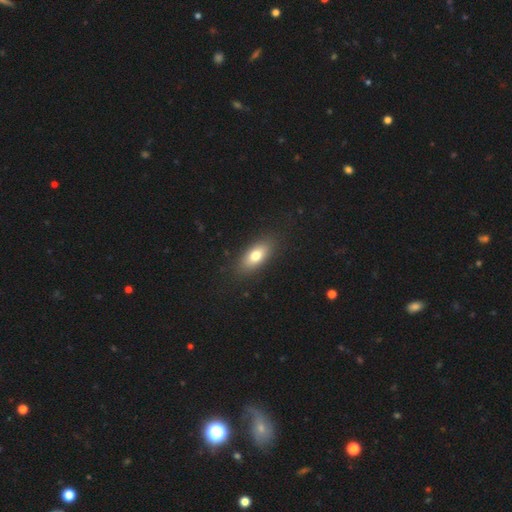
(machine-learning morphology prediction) smooth 74%, featured or disk 18%, star or artifact 8%. Down the decision tree: how rounded — in between (82%); merging — none (86%).